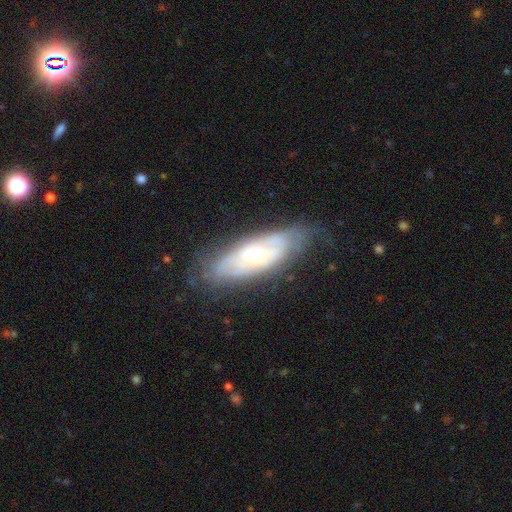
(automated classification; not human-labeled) featured or disk 70%, smooth 24%, star or artifact 6%. Down the decision tree: edge-on disk — no (80%); bar — no (73%); spiral arms — yes (72%); bulge size — moderate (58%); merging — none (69%).